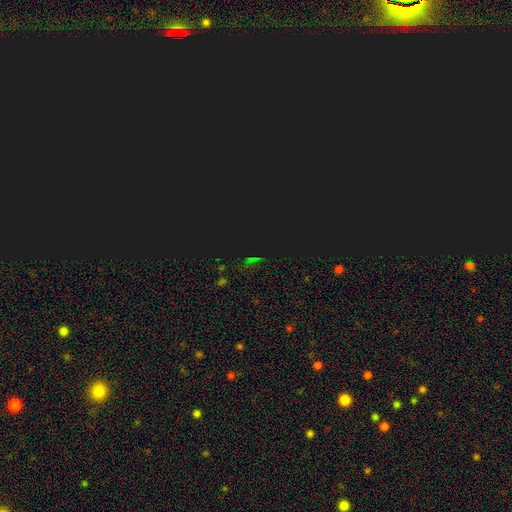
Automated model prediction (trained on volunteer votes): Smooth or featured? star or artifact (78%)